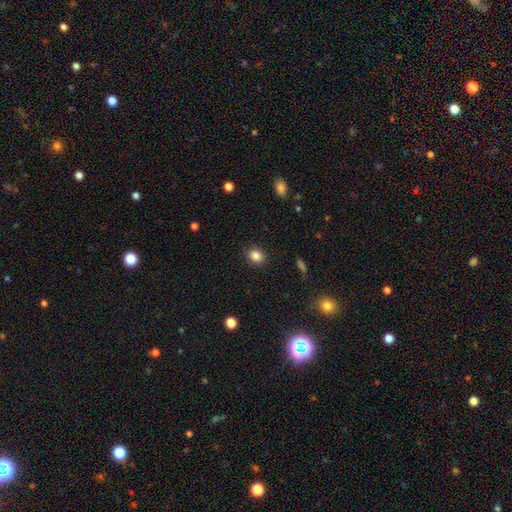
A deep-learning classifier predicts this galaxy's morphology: Smooth or featured? Predicted: smooth (p=0.85). How rounded? Predicted: round (p=0.53). Merging? Predicted: none (p=0.89).